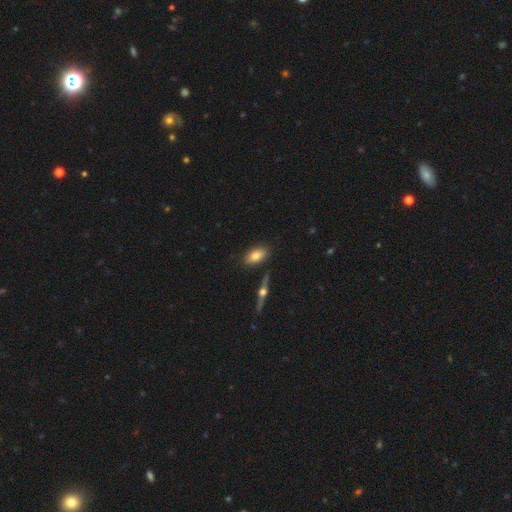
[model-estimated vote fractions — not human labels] A smooth galaxy with no disk features (75%) that is in between round and cigar-shaped (87%).

Vote fractions:
- Smooth or featured? smooth: 75% / featured or disk: 18% / star or artifact: 7%
- How rounded? in between: 87% / cigar-shaped: 7% / round: 6%
- Merging? none: 83% / minor disturbance: 11% / merger: 4% / major disturbance: 3%